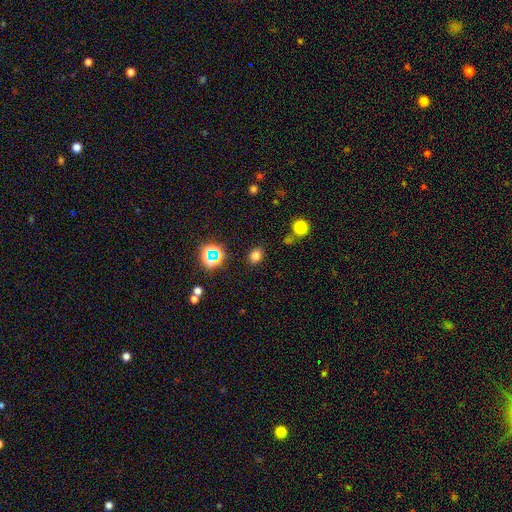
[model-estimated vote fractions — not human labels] Smooth or featured: smooth — 75% (star or artifact — 19%)
How rounded: in between — 53% (round — 46%)
Merging: none — 85% (minor disturbance — 9%)